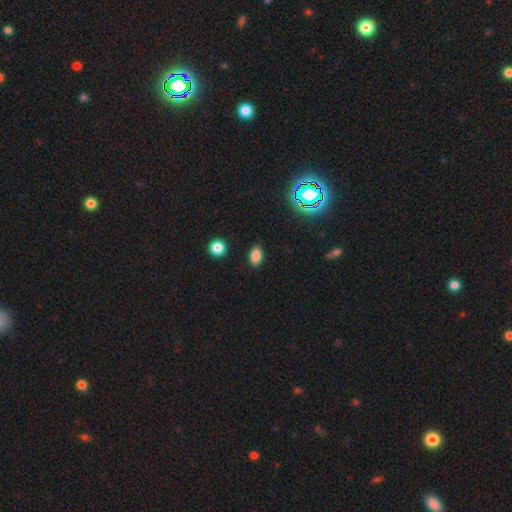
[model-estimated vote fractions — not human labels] The model was most divided on "smooth or featured": smooth: 80%, star or artifact: 14%, featured or disk: 6%. More confident: how rounded — in between (89%); merging — none (87%).